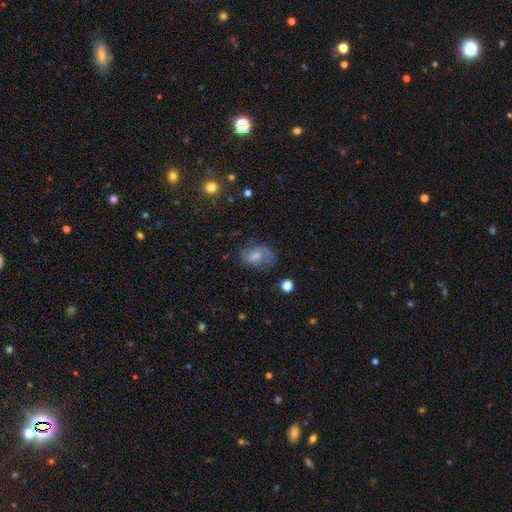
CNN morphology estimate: This appears to be a featured or disk galaxy (45%). Merging: none (50%).